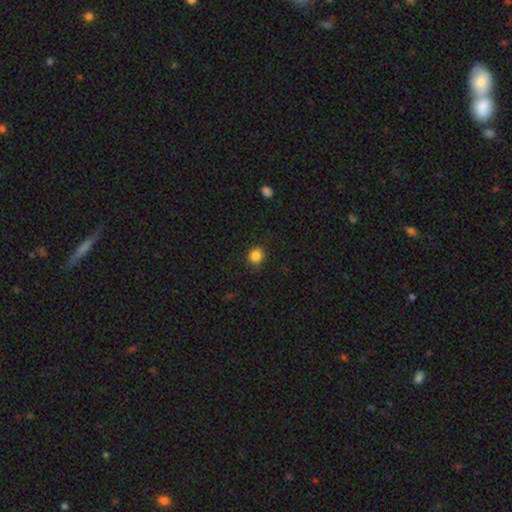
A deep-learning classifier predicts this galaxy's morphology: Overall: smooth (85%). How rounded: round (85%). Merging: none (84%).